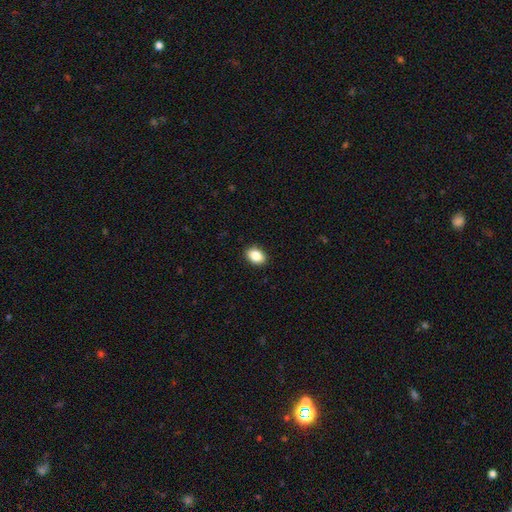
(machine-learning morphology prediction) smooth_or_featured: smooth (p=0.86) [alt: star or artifact p=0.08]
how_rounded: in between (p=0.80) [alt: round p=0.19]
merging: none (p=0.90) [alt: minor disturbance p=0.07]